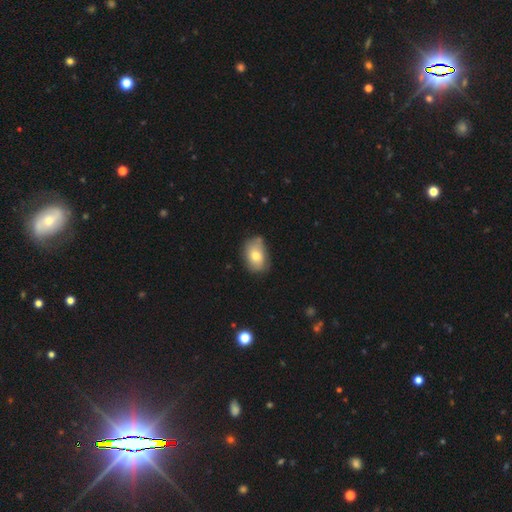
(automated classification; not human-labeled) smooth_or_featured: smooth (p=0.71) [alt: featured or disk p=0.21]
how_rounded: in between (p=0.80) [alt: round p=0.18]
merging: none (p=0.63) [alt: minor disturbance p=0.28]